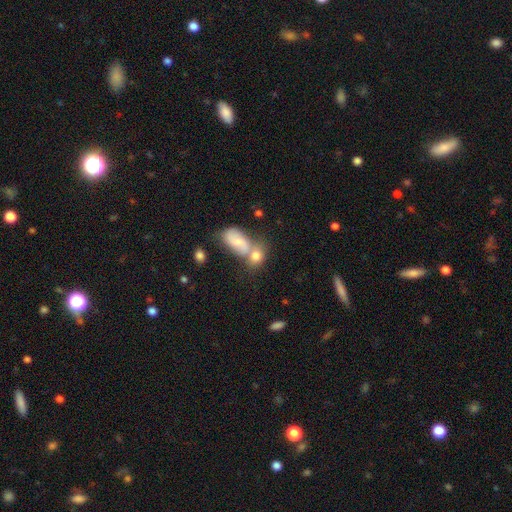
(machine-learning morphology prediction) Smooth or featured?
  - smooth: 75% *
  - featured or disk: 16%
  - star or artifact: 9%
How rounded?
  - in between: 59% *
  - round: 37%
  - cigar-shaped: 4%
Merging?
  - merger: 55% *
  - none: 30%
  - minor disturbance: 9%
  - major disturbance: 5%